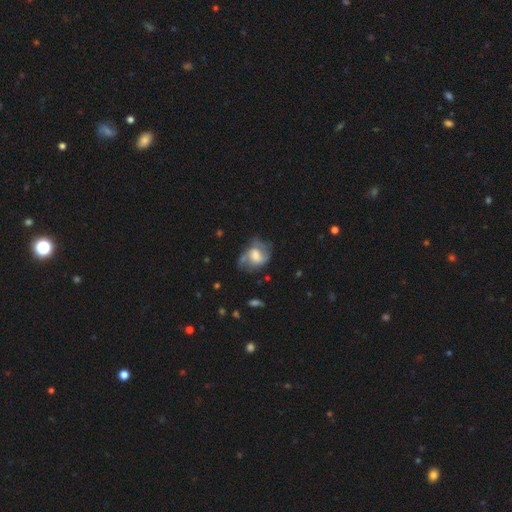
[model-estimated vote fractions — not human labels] Q: Smooth or featured?
A: featured or disk (54%); runner-up: smooth (37%)
Q: Edge-on disk?
A: no (97%); runner-up: yes (3%)
Q: Bar?
A: no (46%); runner-up: weak (42%)
Q: Spiral arms?
A: yes (72%); runner-up: no (28%)
Q: Bulge size?
A: moderate (36%); runner-up: large (31%)
Q: Merging?
A: none (44%); runner-up: minor disturbance (28%)